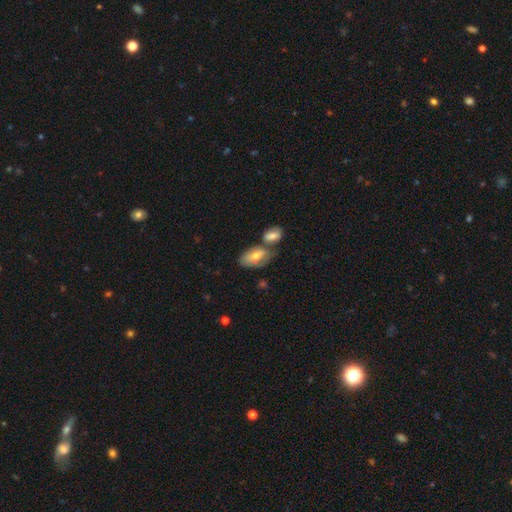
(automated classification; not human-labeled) A smooth galaxy with no disk features (63%) that is in between round and cigar-shaped (90%).

Vote fractions:
- Smooth or featured? smooth: 63% / featured or disk: 30% / star or artifact: 7%
- How rounded? in between: 90% / round: 5% / cigar-shaped: 5%
- Merging? merger: 43% / none: 35% / minor disturbance: 16% / major disturbance: 6%